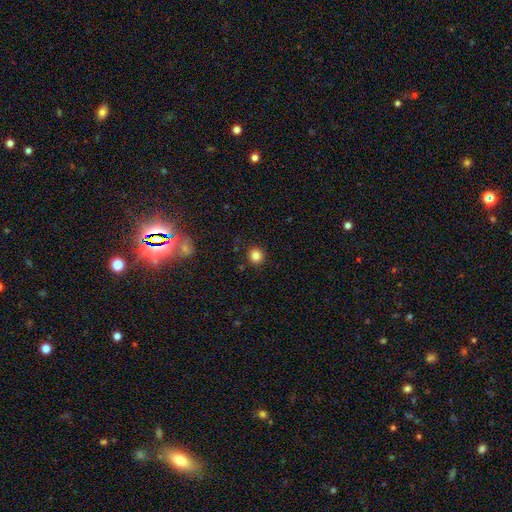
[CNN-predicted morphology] Smooth or featured: smooth — 84% (star or artifact — 12%)
How rounded: round — 91% (in between — 8%)
Merging: none — 91% (minor disturbance — 6%)